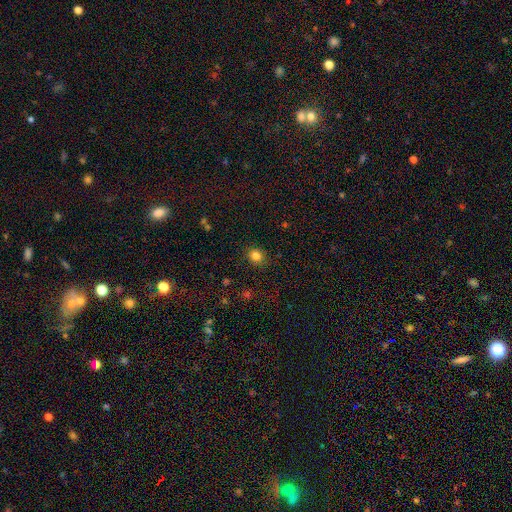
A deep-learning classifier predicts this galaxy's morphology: Smooth or featured: smooth — 83% (star or artifact — 12%)
How rounded: round — 73% (in between — 26%)
Merging: none — 87% (minor disturbance — 9%)